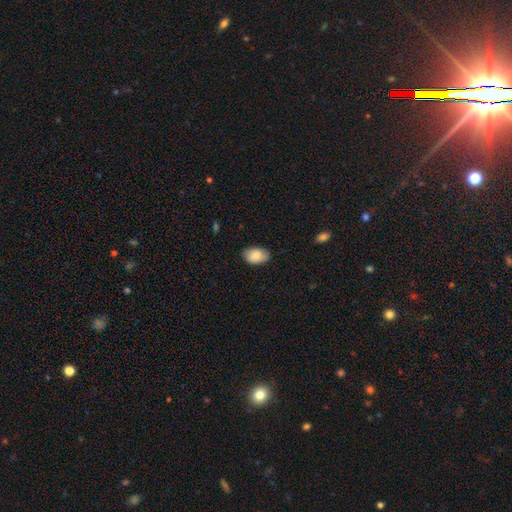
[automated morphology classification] type=smooth (85%); roundness=in between (91%); merging=none (81%).